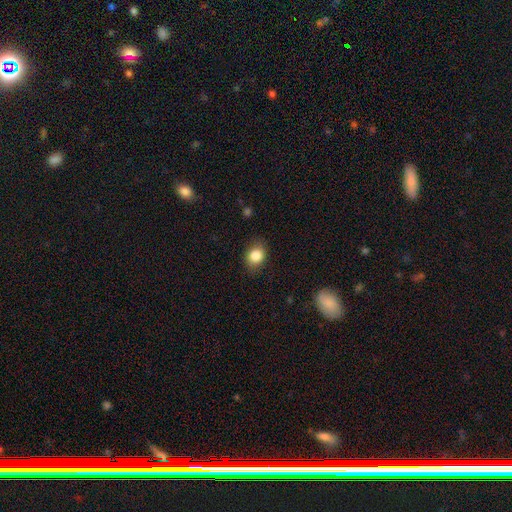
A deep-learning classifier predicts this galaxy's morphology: smooth_or_featured: smooth (p=0.85) [alt: star or artifact p=0.09]
how_rounded: in between (p=0.52) [alt: round p=0.47]
merging: none (p=0.82) [alt: minor disturbance p=0.14]